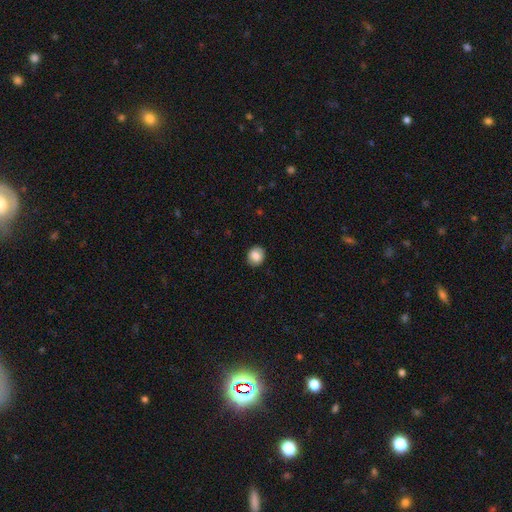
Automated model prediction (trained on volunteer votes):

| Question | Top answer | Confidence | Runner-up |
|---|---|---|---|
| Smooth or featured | smooth | 81% | featured or disk (11%) |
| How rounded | round | 68% | in between (31%) |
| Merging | none | 88% | minor disturbance (9%) |